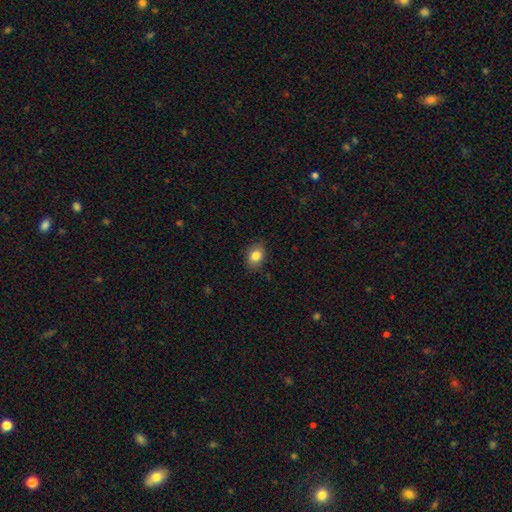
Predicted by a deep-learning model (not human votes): Smooth or featured? Predicted: smooth (p=0.84). How rounded? Predicted: in between (p=0.69). Merging? Predicted: none (p=0.85).